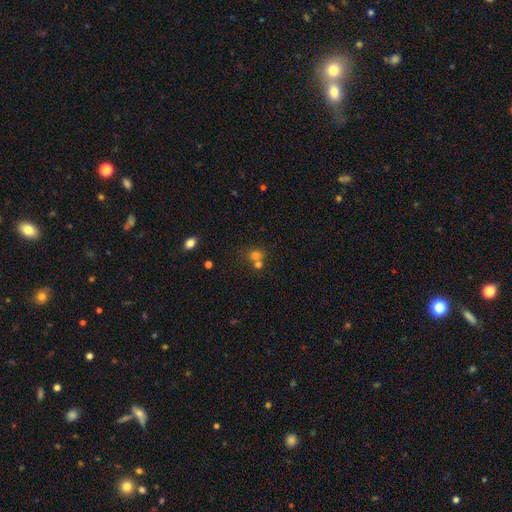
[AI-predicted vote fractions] smooth 70%, star or artifact 19%, featured or disk 12%. Down the decision tree: how rounded — round (72%); merging — merger (46%).